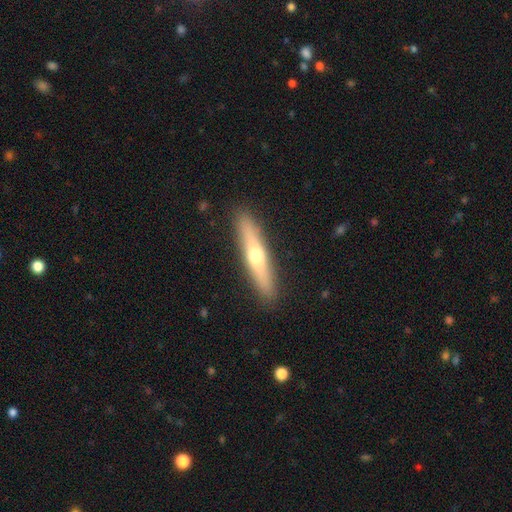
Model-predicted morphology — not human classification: Smooth or featured? Predicted: featured or disk (p=0.48). Merging? Predicted: none (p=0.90).